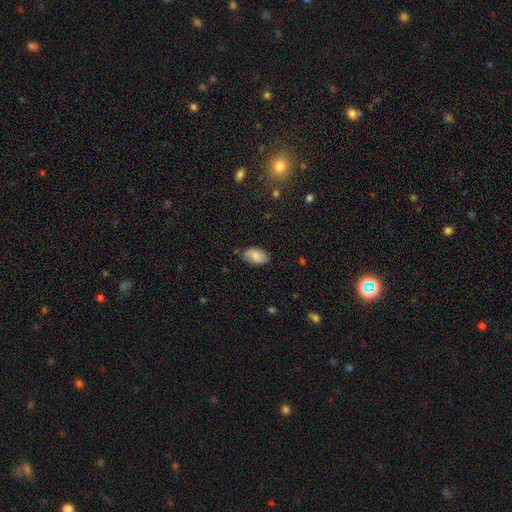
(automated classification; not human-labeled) Q: Smooth or featured?
A: smooth (80%); runner-up: featured or disk (13%)
Q: How rounded?
A: in between (92%); runner-up: round (6%)
Q: Merging?
A: none (79%); runner-up: minor disturbance (17%)